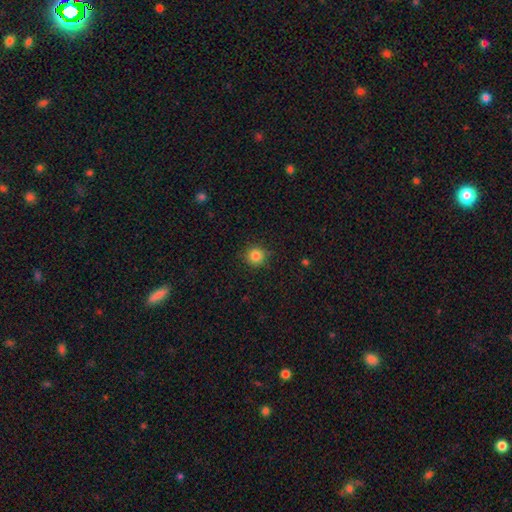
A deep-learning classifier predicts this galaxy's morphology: smooth-or-featured: smooth: 84% | star or artifact: 12% | featured or disk: 5%
  how-rounded: round: 94% | in between: 5% | cigar-shaped: 1%
  merging: none: 90% | minor disturbance: 7% | major disturbance: 2% | merger: 1%